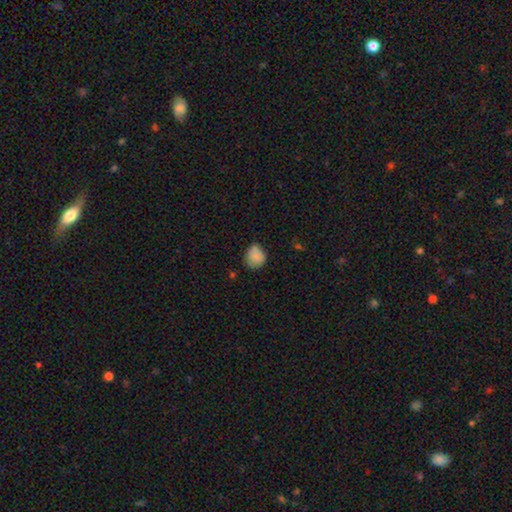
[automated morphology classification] Smooth or featured? Predicted: smooth (p=0.85). How rounded? Predicted: round (p=0.63). Merging? Predicted: none (p=0.62).